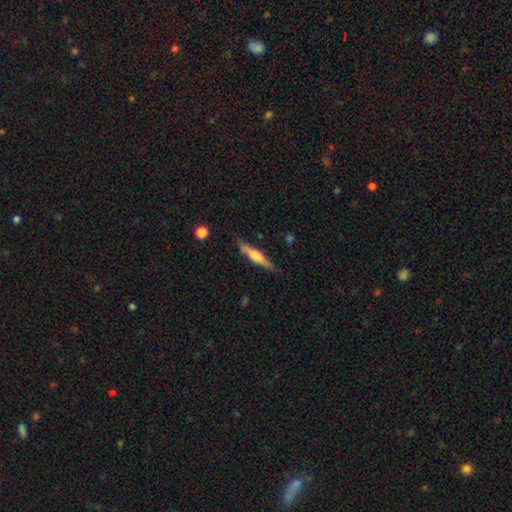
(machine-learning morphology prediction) Smooth or featured: featured or disk — 52% (smooth — 43%)
Edge-on disk: yes — 95% (no — 5%)
Merging: none — 83% (minor disturbance — 13%)